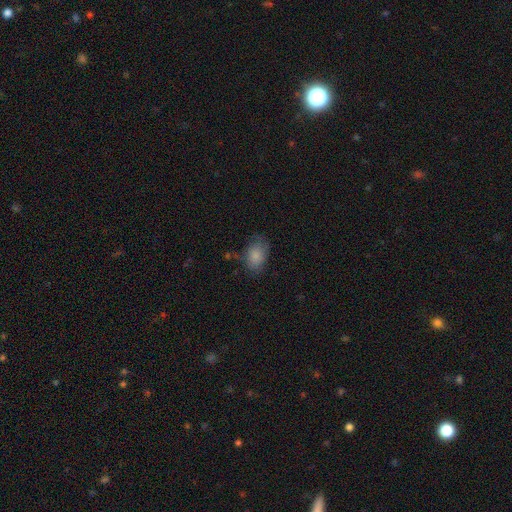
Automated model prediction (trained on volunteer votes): smooth-or-featured: smooth: 83% | featured or disk: 9% | star or artifact: 8%
  how-rounded: in between: 83% | round: 15% | cigar-shaped: 1%
  merging: none: 62% | minor disturbance: 26% | major disturbance: 10% | merger: 3%